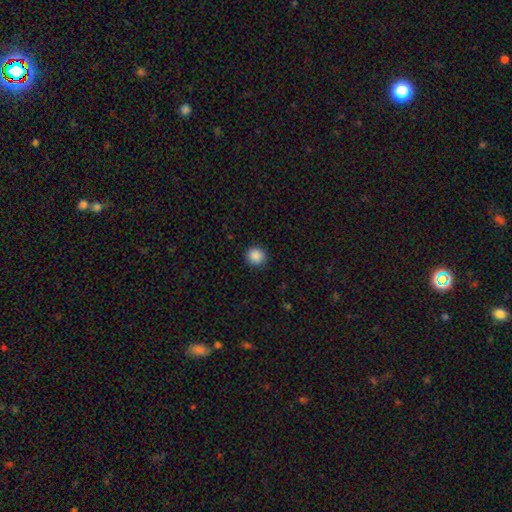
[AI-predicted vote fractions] smooth 88%, star or artifact 9%, featured or disk 3%. Down the decision tree: how rounded — round (91%); merging — none (91%).